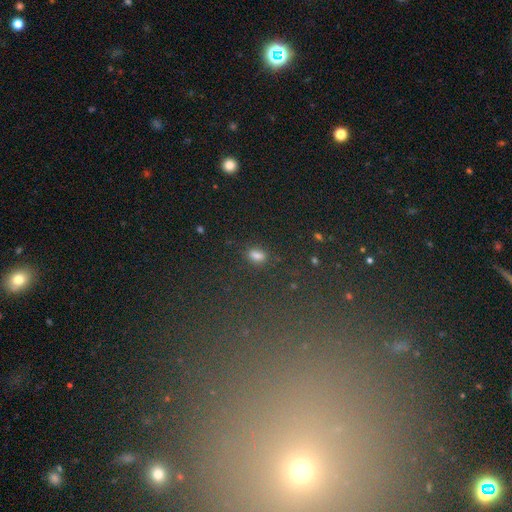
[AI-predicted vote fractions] Smooth or featured? smooth (71%)
How rounded? in between (82%)
Merging? none (74%)